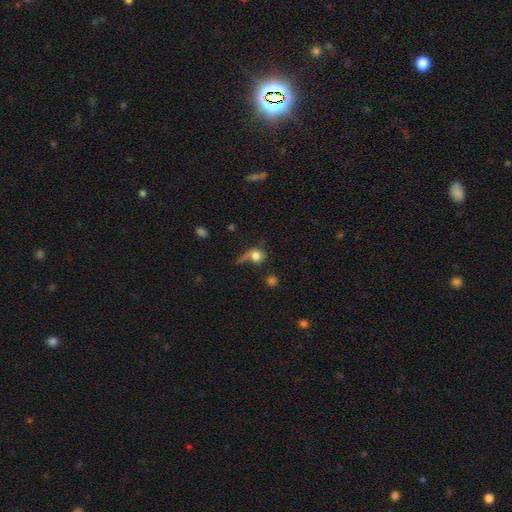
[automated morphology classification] smooth-or-featured: smooth: 71% | featured or disk: 17% | star or artifact: 12%
  how-rounded: round: 72% | in between: 25% | cigar-shaped: 4%
  merging: none: 38% | major disturbance: 28% | minor disturbance: 22% | merger: 12%